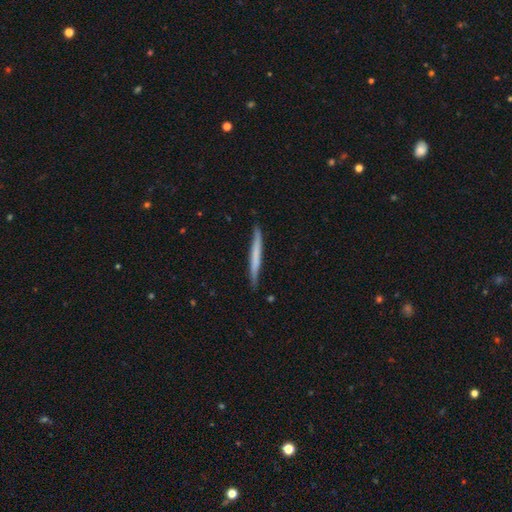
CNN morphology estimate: Smooth or featured? smooth (55%)
How rounded? cigar-shaped (97%)
Merging? none (88%)